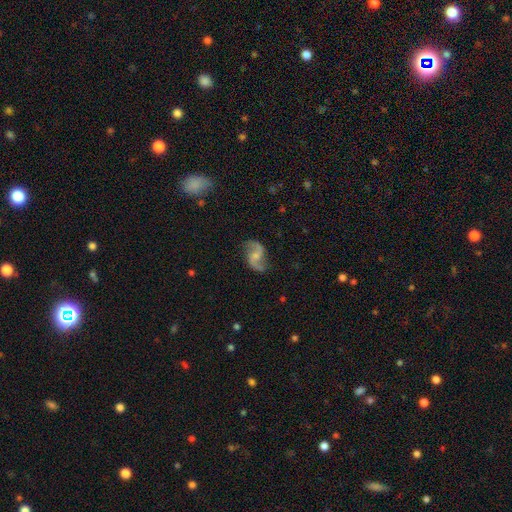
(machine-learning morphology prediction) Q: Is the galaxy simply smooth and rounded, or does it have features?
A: featured or disk — 87%.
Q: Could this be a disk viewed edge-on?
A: no — 98%.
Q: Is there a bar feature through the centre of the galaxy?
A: weak — 45%.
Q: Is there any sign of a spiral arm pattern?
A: yes — 97%.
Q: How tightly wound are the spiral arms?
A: loose — 69%.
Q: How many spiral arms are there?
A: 2 — 94%.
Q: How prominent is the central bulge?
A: small — 42%.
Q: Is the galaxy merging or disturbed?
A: none — 78%.